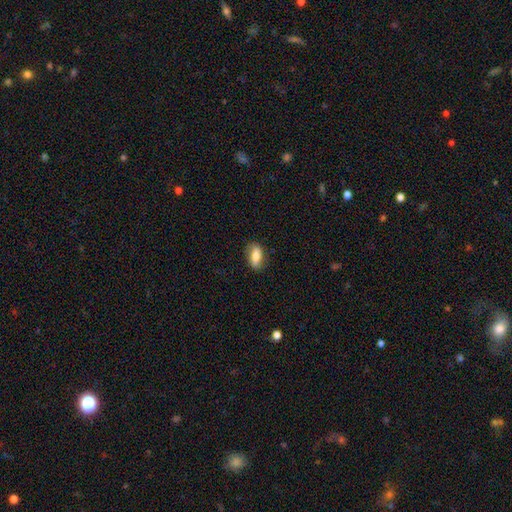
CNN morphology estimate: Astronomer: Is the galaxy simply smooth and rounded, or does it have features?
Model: smooth — 65%.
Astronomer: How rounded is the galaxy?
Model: in between — 80%.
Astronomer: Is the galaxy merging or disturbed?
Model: none — 80%.